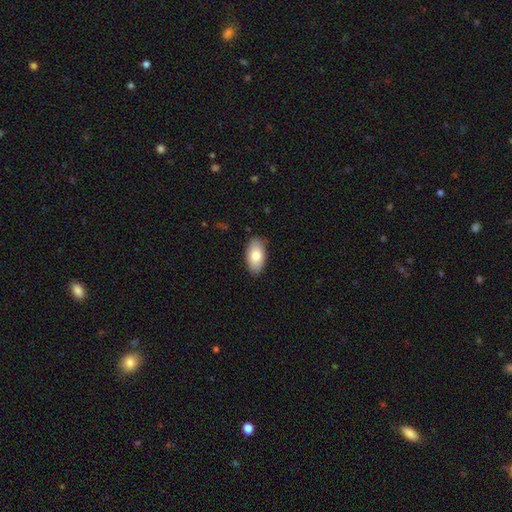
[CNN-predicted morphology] Smooth or featured?
  - smooth: 80% *
  - featured or disk: 13%
  - star or artifact: 6%
How rounded?
  - in between: 94% *
  - round: 3%
  - cigar-shaped: 2%
Merging?
  - none: 87% *
  - minor disturbance: 10%
  - major disturbance: 2%
  - merger: 1%